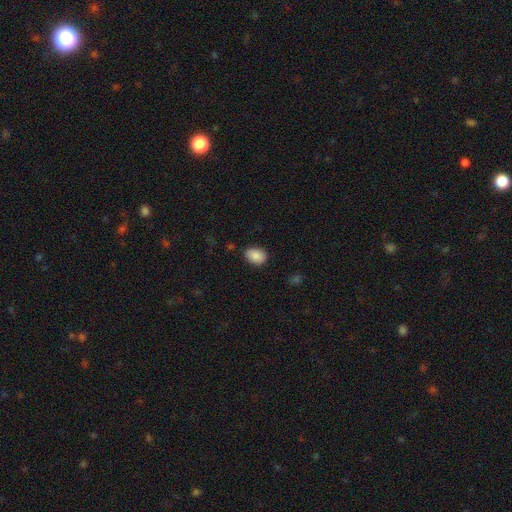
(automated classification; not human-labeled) A smooth galaxy with no disk features (87%) that is in between round and cigar-shaped (76%).

Vote fractions:
- Smooth or featured? smooth: 87% / star or artifact: 7% / featured or disk: 6%
- How rounded? in between: 76% / round: 23% / cigar-shaped: 1%
- Merging? none: 83% / minor disturbance: 13% / major disturbance: 2% / merger: 1%